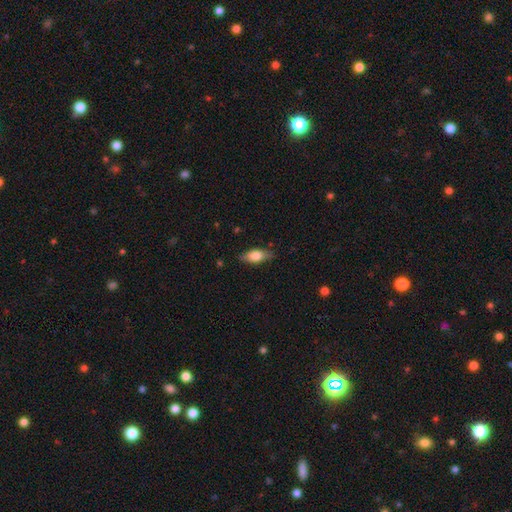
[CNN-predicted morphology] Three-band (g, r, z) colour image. It shows a smooth galaxy with no disk features (73%) that is in between round and cigar-shaped (81%). Merging: none (79%).